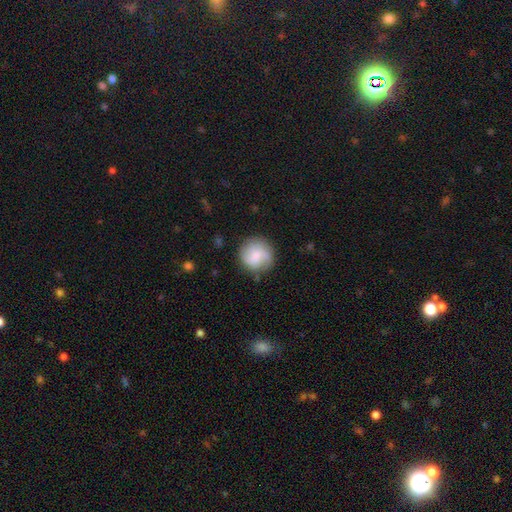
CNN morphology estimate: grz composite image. It shows a smooth galaxy with no disk features (55%) that is round (92%). Merging: none (76%).